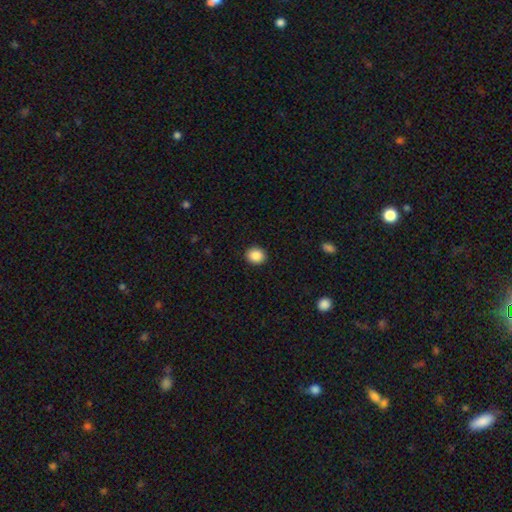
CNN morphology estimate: type=smooth (88%); roundness=round (73%); merging=none (92%).